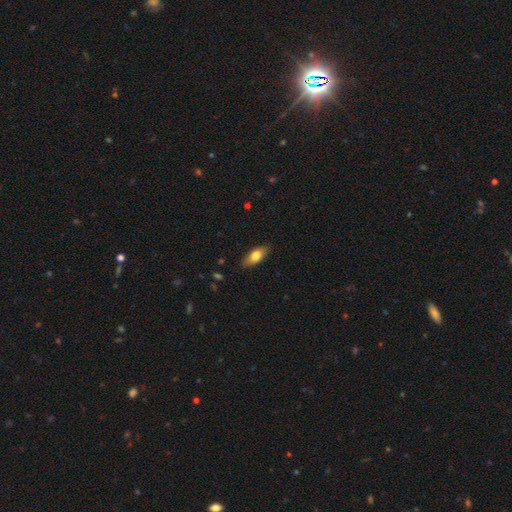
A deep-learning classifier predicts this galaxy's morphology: This appears to be a smooth galaxy with no disk features (74%) that is in between round and cigar-shaped (78%). Merging: none (86%).